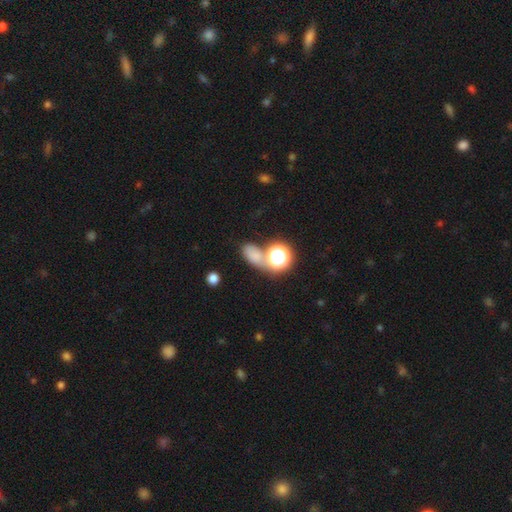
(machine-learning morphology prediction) A smooth galaxy with no disk features (66%) that is in between round and cigar-shaped (66%).

Vote fractions:
- Smooth or featured? smooth: 66% / star or artifact: 25% / featured or disk: 9%
- How rounded? in between: 66% / round: 30% / cigar-shaped: 4%
- Merging? none: 49% / merger: 30% / minor disturbance: 14% / major disturbance: 8%